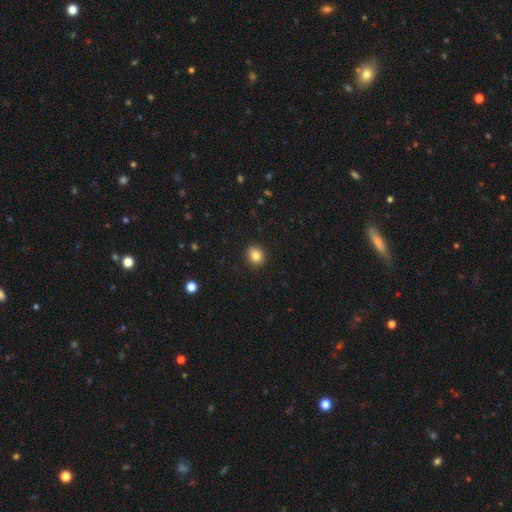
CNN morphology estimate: Smooth or featured? smooth (82%)
How rounded? round (70%)
Merging? none (87%)